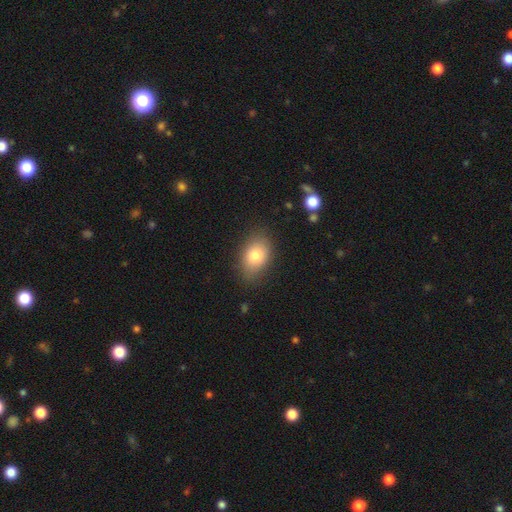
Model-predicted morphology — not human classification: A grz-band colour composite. It shows a smooth galaxy with no disk features (79%) that is in between round and cigar-shaped (81%). Merging: none (80%).